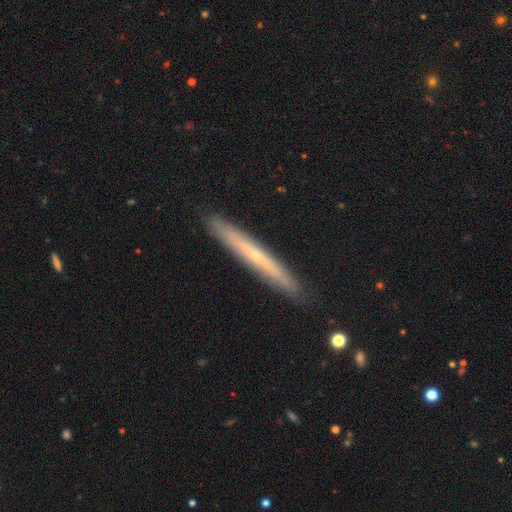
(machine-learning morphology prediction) A featured or disk galaxy (56%) viewed edge-on (92%) with no central bulge (57%). Merging: none (90%).